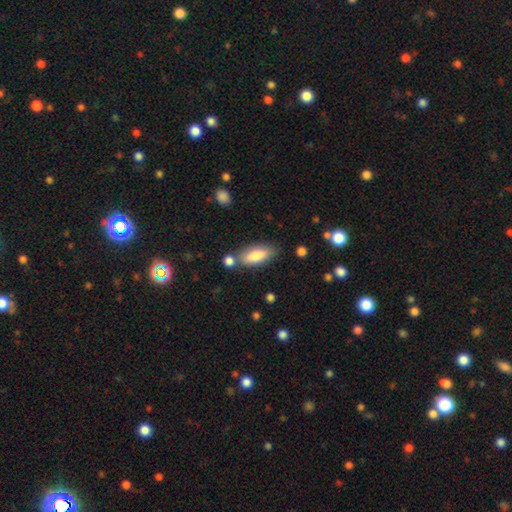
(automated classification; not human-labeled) Overall: smooth (81%). How rounded: in between (78%). Merging: none (69%).